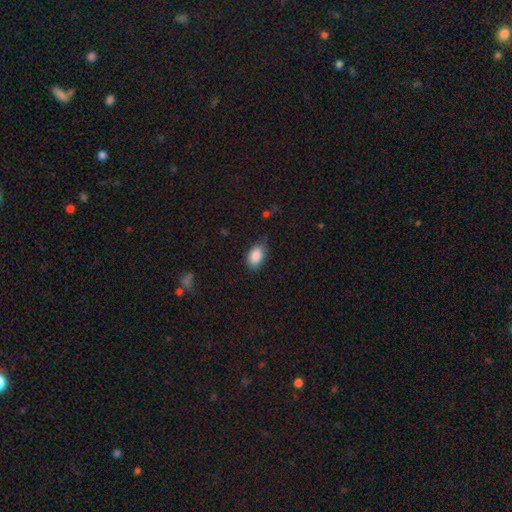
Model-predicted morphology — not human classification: A smooth galaxy with no disk features (88%) that is in between round and cigar-shaped (89%).

Vote fractions:
- Smooth or featured? smooth: 88% / star or artifact: 7% / featured or disk: 4%
- How rounded? in between: 89% / round: 9% / cigar-shaped: 1%
- Merging? none: 74% / minor disturbance: 21% / major disturbance: 4% / merger: 1%